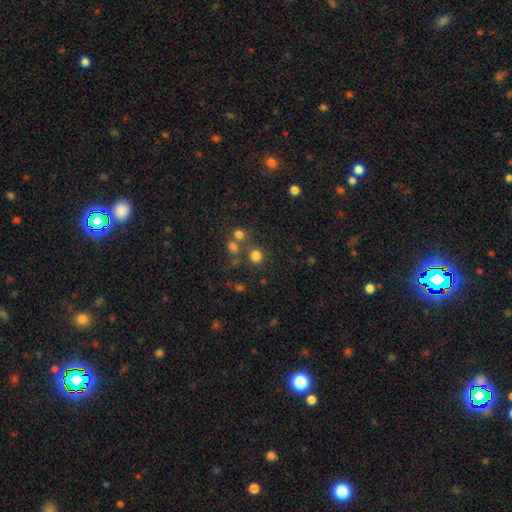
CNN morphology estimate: The model was most divided on "merging": none: 70%, merger: 17%, minor disturbance: 8%, major disturbance: 5%. More confident: how rounded — round (90%); smooth or featured — smooth (75%).